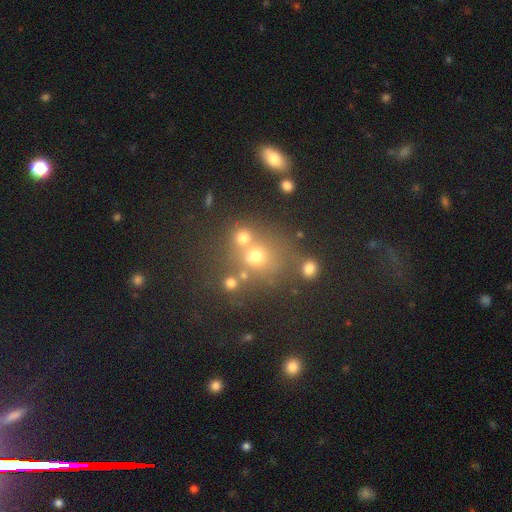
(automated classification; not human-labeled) Q: Smooth or featured?
A: smooth (63%); runner-up: star or artifact (24%)
Q: How rounded?
A: round (80%); runner-up: in between (19%)
Q: Merging?
A: none (53%); runner-up: merger (31%)